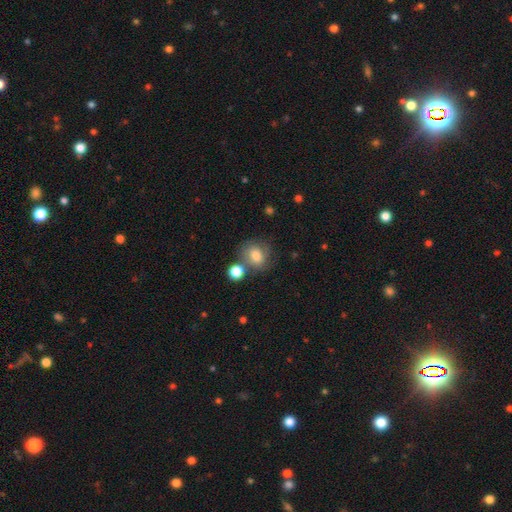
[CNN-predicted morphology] smooth-or-featured: smooth: 73% | featured or disk: 16% | star or artifact: 10%
  how-rounded: round: 71% | in between: 28% | cigar-shaped: 1%
  merging: none: 59% | merger: 19% | minor disturbance: 16% | major disturbance: 7%